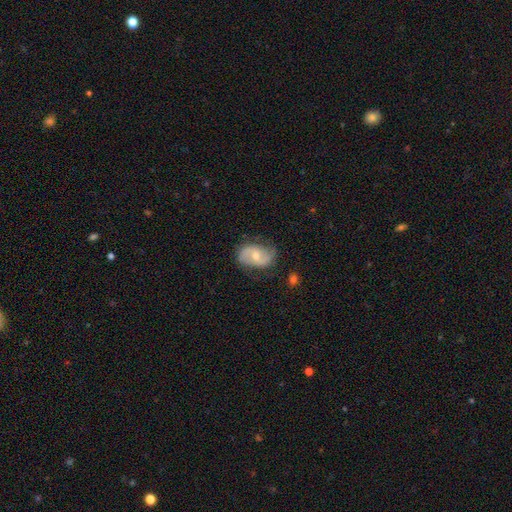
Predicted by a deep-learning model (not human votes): This is likely a featured or disk galaxy (68%). It is clearly not viewed edge-on (97%). Bar: possibly weak (45%). Spiral arm pattern: clearly yes (88%). Spiral arm count: clearly 2 (87%). Spiral winding: marginally medium (42%). Central bulge: possibly moderate (54%). Merging: likely none (71%).